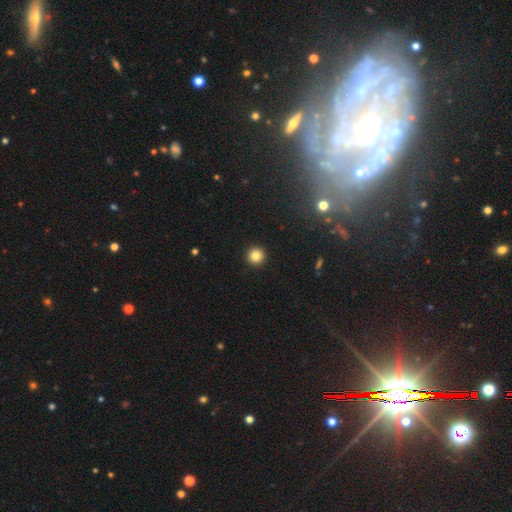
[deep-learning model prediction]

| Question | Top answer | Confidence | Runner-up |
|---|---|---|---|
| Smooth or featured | smooth | 83% | star or artifact (11%) |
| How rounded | round | 96% | in between (3%) |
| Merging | none | 94% | minor disturbance (4%) |